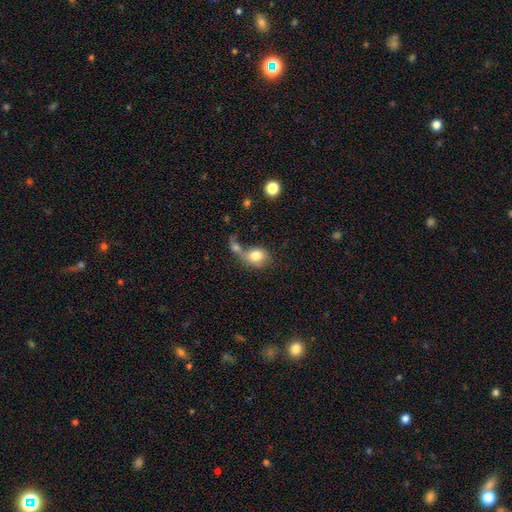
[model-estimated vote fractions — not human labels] This is likely a smooth galaxy (79%). How rounded: possibly round (54%). Merging: possibly merger (49%).